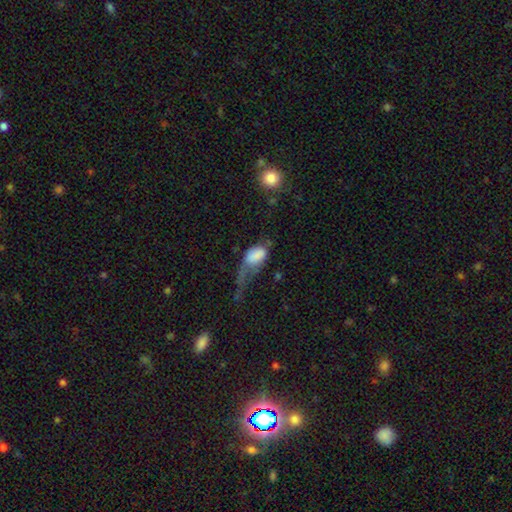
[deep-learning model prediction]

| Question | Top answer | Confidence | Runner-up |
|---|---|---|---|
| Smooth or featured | smooth | 73% | featured or disk (18%) |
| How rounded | in between | 90% | round (8%) |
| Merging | major disturbance | 65% | minor disturbance (16%) |